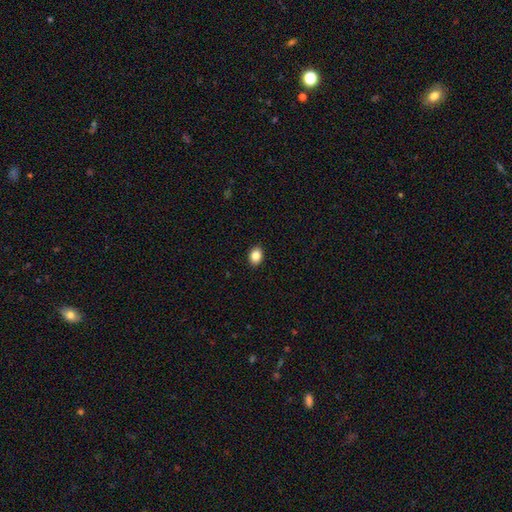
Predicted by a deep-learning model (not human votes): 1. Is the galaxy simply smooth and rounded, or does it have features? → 85% smooth, 9% star or artifact, 6% featured or disk.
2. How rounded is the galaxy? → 67% in between, 32% round, 1% cigar-shaped.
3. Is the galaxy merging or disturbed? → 91% none, 7% minor disturbance, 2% major disturbance, 1% merger.